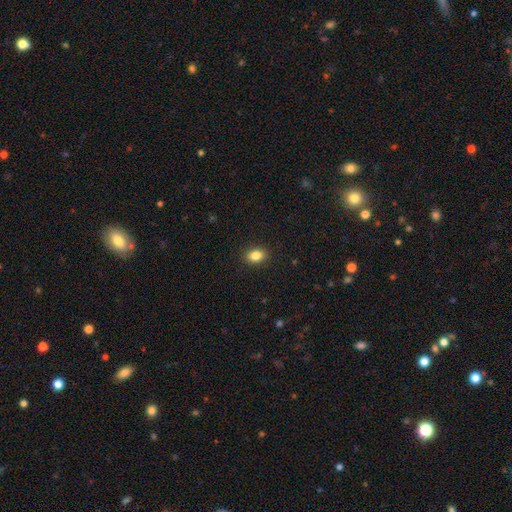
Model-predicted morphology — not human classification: This is clearly a smooth galaxy (85%). How rounded: likely in between (77%). Merging: clearly none (90%).